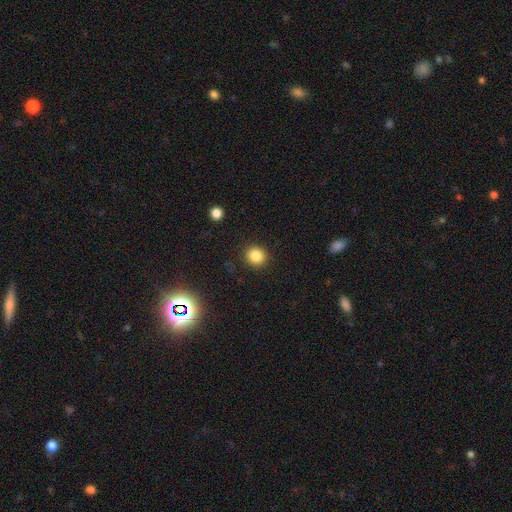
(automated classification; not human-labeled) Smooth or featured: smooth — 84% (star or artifact — 11%)
How rounded: round — 88% (in between — 11%)
Merging: none — 90% (minor disturbance — 6%)